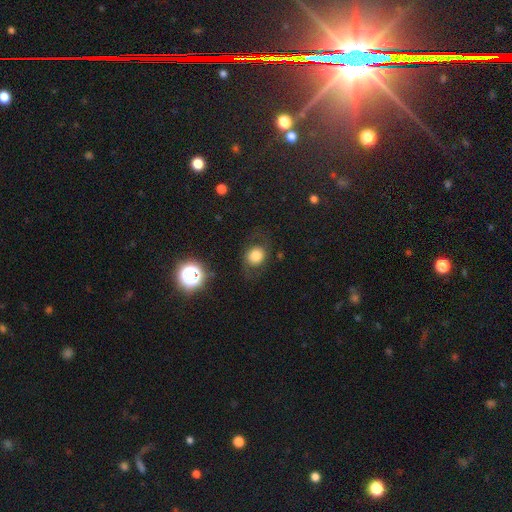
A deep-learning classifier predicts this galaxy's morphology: Smooth or featured? smooth (68%)
How rounded? round (74%)
Merging? none (69%)